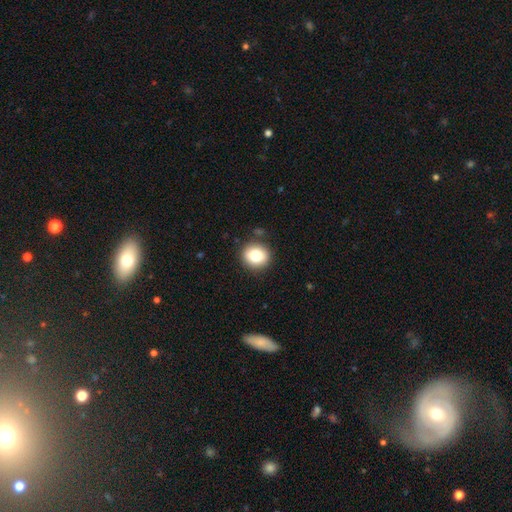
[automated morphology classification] Smooth or featured?
  - smooth: 81% *
  - star or artifact: 10%
  - featured or disk: 9%
How rounded?
  - round: 84% *
  - in between: 15%
  - cigar-shaped: 1%
Merging?
  - none: 88% *
  - minor disturbance: 8%
  - major disturbance: 2%
  - merger: 2%